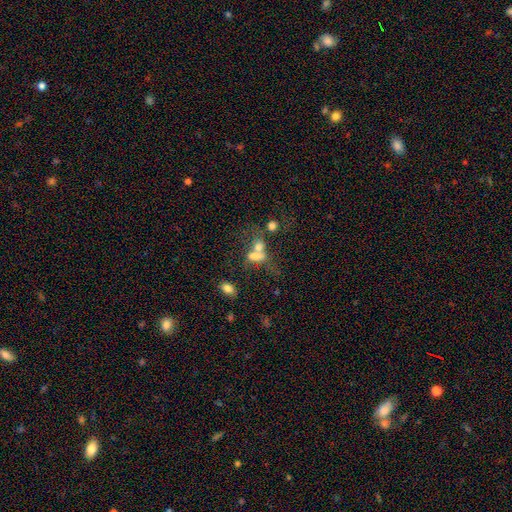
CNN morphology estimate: A smooth galaxy with no disk features (60%) that is in between round and cigar-shaped (63%).

Vote fractions:
- Smooth or featured? smooth: 60% / featured or disk: 23% / star or artifact: 17%
- How rounded? in between: 63% / round: 26% / cigar-shaped: 11%
- Merging? merger: 55% / none: 21% / major disturbance: 14% / minor disturbance: 9%